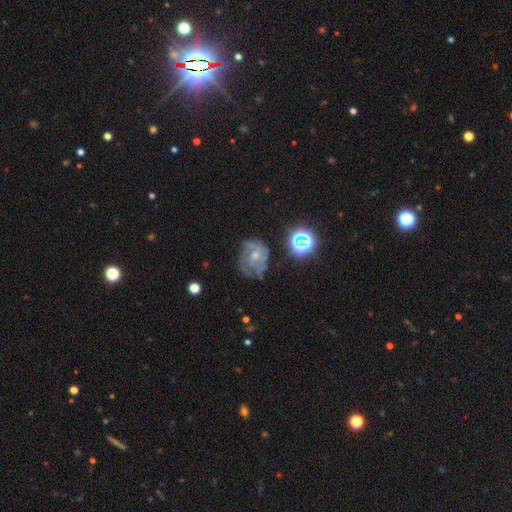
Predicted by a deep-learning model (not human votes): A featured or disk galaxy (69%) with no bar (64%), tight (50%) spiral arms (84%) and a small central bulge (53%). Merging: none (57%).